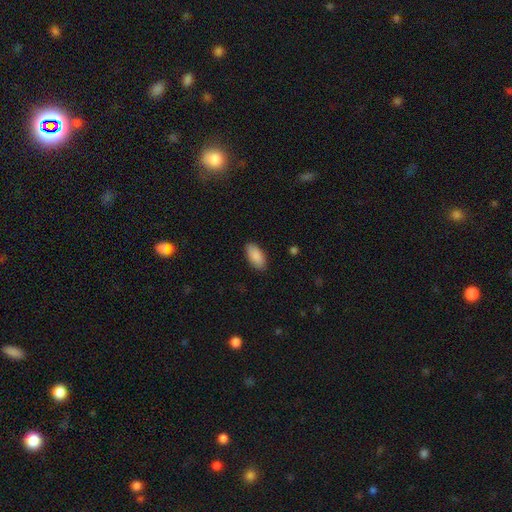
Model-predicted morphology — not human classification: Smooth or featured? Predicted: smooth (p=0.90). How rounded? Predicted: in between (p=0.92). Merging? Predicted: none (p=0.88).